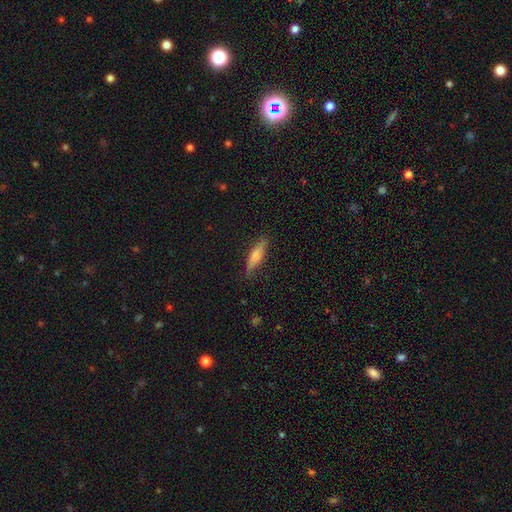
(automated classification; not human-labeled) smooth_or_featured: smooth (p=0.67) [alt: featured or disk p=0.26]
how_rounded: cigar-shaped (p=0.67) [alt: in between p=0.31]
merging: none (p=0.82) [alt: minor disturbance p=0.13]